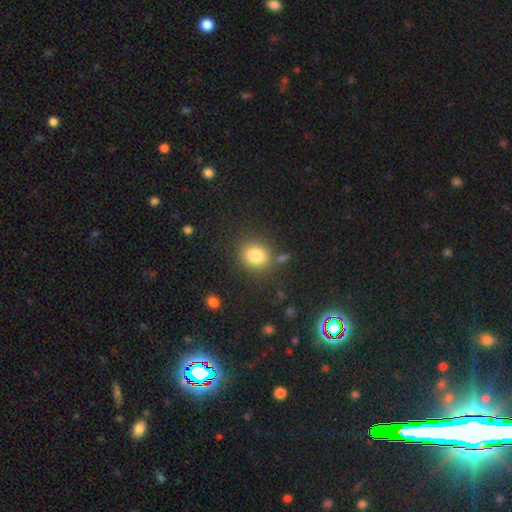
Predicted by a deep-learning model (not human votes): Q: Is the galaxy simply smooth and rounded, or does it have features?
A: smooth — 83%.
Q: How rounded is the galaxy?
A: round — 65%.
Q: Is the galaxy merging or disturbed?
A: none — 77%.